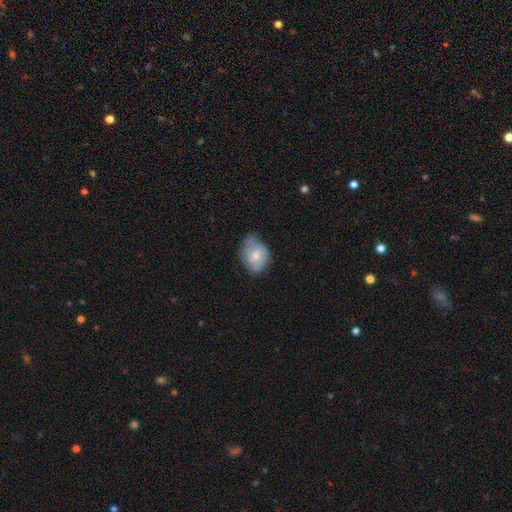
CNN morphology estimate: A smooth galaxy with no disk features (64%) that is in between round and cigar-shaped (59%). Merging: none (43%).